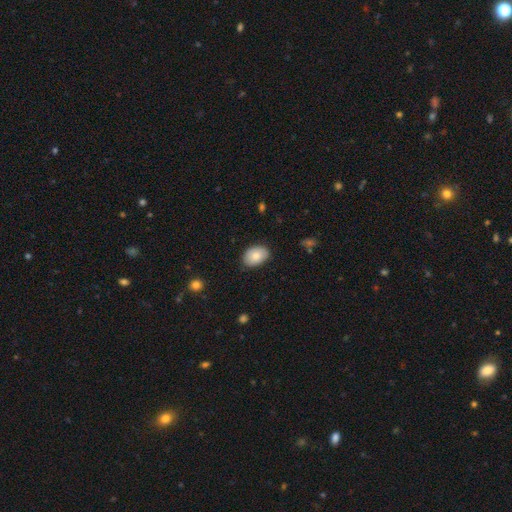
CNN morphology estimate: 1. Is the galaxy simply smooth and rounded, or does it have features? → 78% smooth, 15% featured or disk, 7% star or artifact.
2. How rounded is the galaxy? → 83% in between, 16% round, 1% cigar-shaped.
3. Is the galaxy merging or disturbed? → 81% none, 15% minor disturbance, 3% major disturbance, 1% merger.